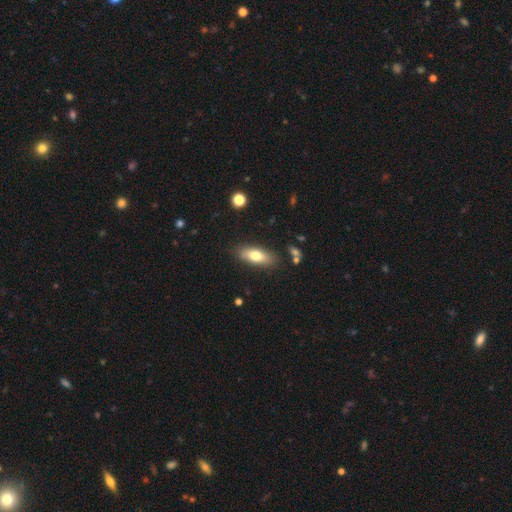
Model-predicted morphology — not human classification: Smooth or featured? smooth (73%)
How rounded? in between (73%)
Merging? none (83%)